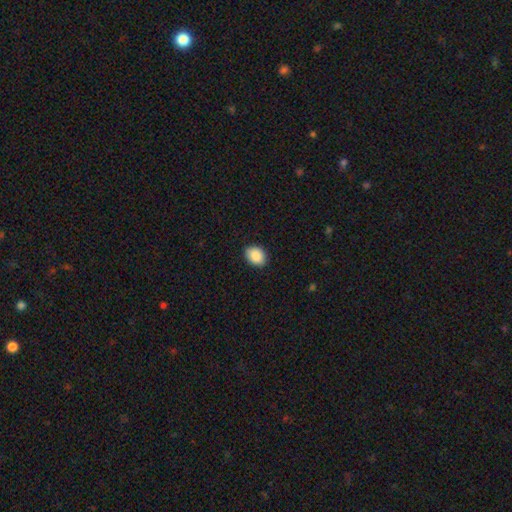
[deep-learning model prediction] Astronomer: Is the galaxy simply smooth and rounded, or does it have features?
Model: smooth — 89%.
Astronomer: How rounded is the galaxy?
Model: in between — 71%.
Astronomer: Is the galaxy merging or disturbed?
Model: none — 88%.